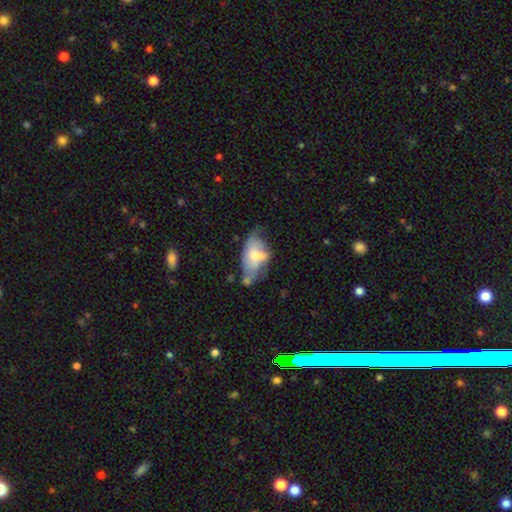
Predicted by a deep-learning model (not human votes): Smooth or featured? smooth (53%)
How rounded? in between (91%)
Merging? major disturbance (29%)